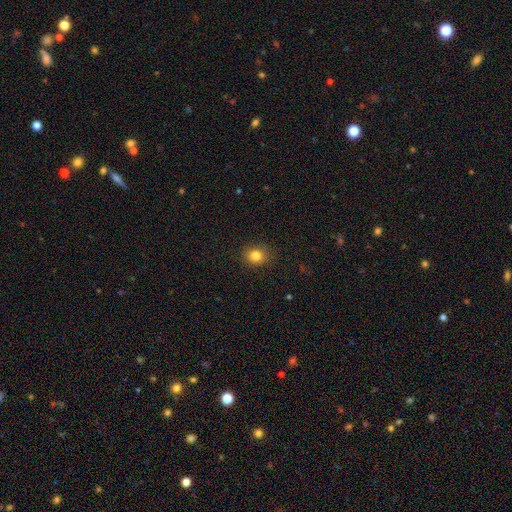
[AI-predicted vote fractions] Morphology: type=smooth (82%); roundness=round (77%); merging=none (87%).